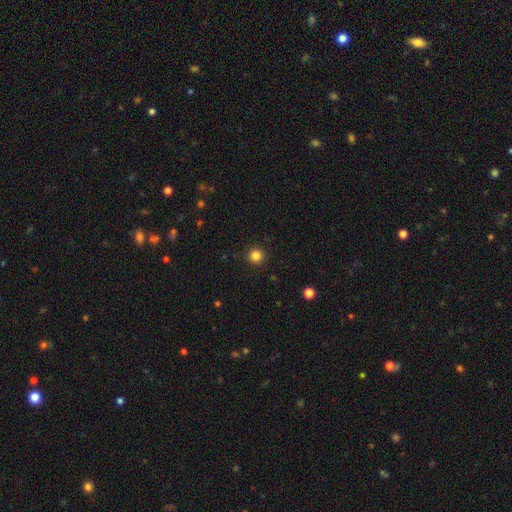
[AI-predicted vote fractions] smooth 84%, star or artifact 12%, featured or disk 4%. Down the decision tree: how rounded — round (95%); merging — none (92%).